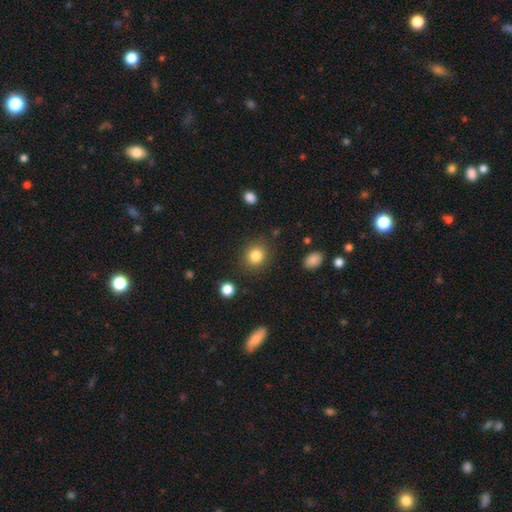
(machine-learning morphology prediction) smooth 83%, star or artifact 11%, featured or disk 6%. Down the decision tree: how rounded — round (83%); merging — none (86%).